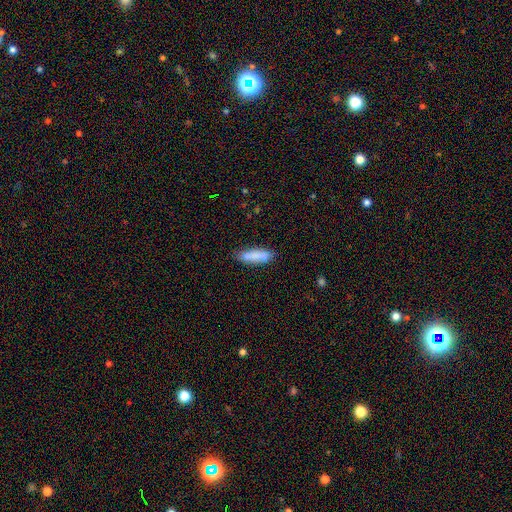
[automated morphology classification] Overall: smooth (81%). How rounded: cigar-shaped (55%; in between 43%). Merging: none (75%).